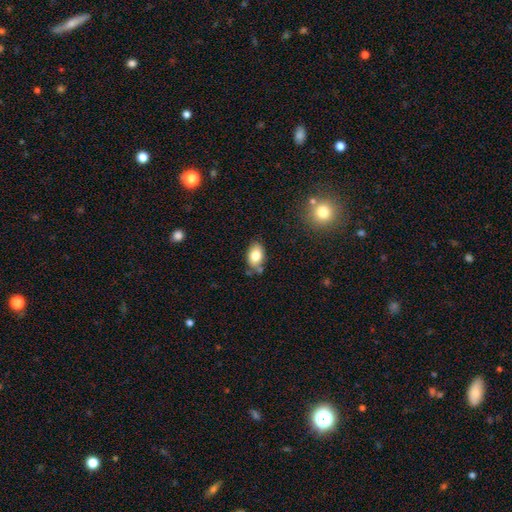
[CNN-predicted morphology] smooth 81%, featured or disk 11%, star or artifact 8%. Down the decision tree: how rounded — in between (87%); merging — none (69%).